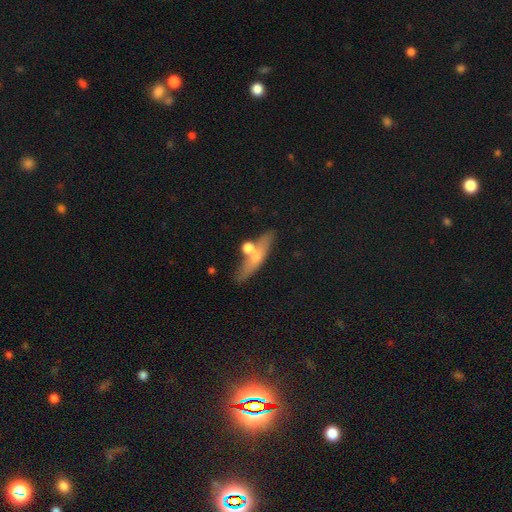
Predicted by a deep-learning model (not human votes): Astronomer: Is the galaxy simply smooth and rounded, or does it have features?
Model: smooth — 48% (runner-up: featured or disk, 44%).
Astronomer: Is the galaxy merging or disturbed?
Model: none — 67%.